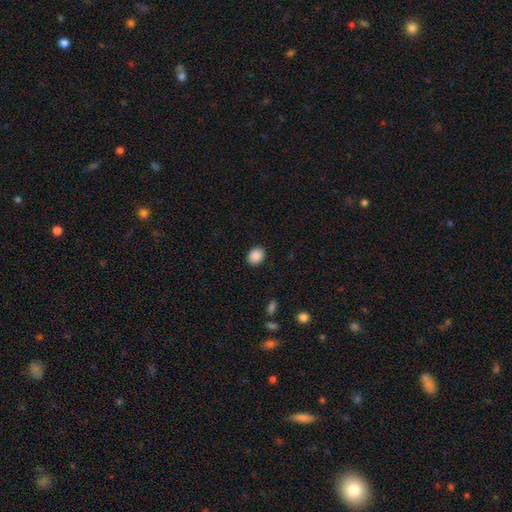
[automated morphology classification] Smooth or featured?
  - smooth: 89% *
  - star or artifact: 8%
  - featured or disk: 3%
How rounded?
  - in between: 51% *
  - round: 48%
  - cigar-shaped: 1%
Merging?
  - none: 90% *
  - minor disturbance: 7%
  - major disturbance: 2%
  - merger: 1%